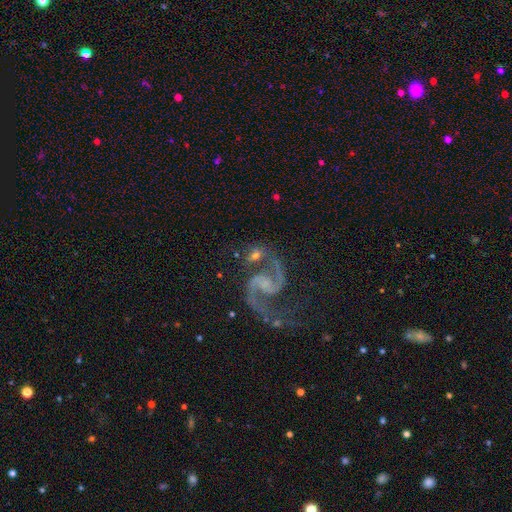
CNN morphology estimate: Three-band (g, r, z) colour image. It shows a featured or disk galaxy (87%) with no bar (49%), 2 (93%) medium (51%) spiral arms (97%) and a small central bulge (39%). Merging: none (54%).